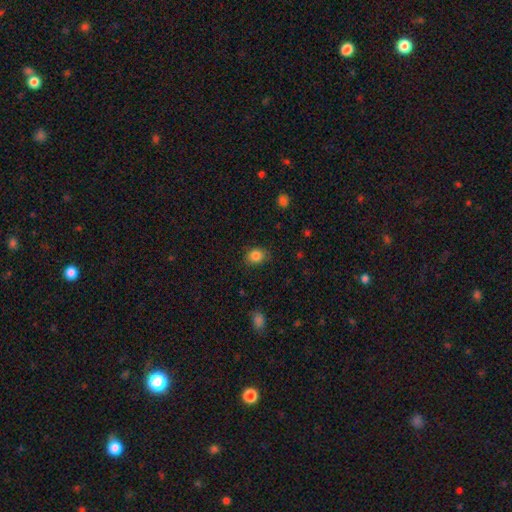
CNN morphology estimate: smooth-or-featured: smooth: 85% | star or artifact: 10% | featured or disk: 5%
  how-rounded: round: 51% | in between: 48% | cigar-shaped: 1%
  merging: none: 79% | minor disturbance: 16% | major disturbance: 4% | merger: 1%